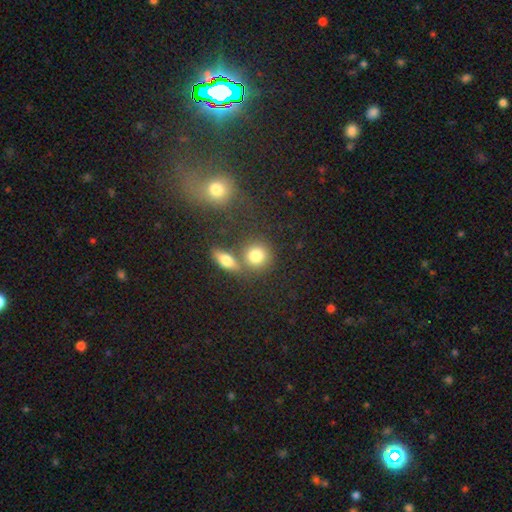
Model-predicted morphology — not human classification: Q: Smooth or featured?
A: smooth (79%); runner-up: star or artifact (11%)
Q: How rounded?
A: round (79%); runner-up: in between (19%)
Q: Merging?
A: none (59%); runner-up: merger (28%)